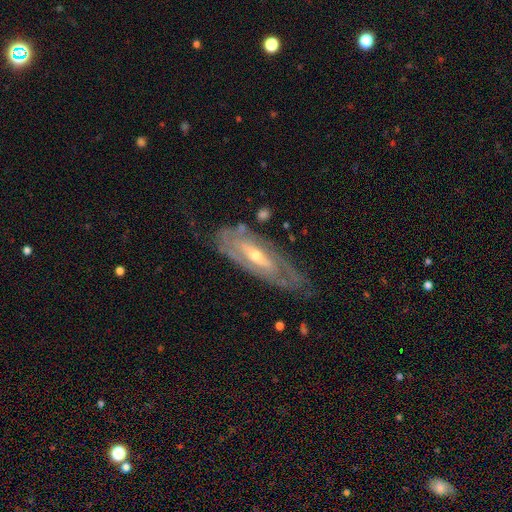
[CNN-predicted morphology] smooth_or_featured: featured or disk (p=0.82) [alt: smooth p=0.12]
disk_edge_on: no (p=0.79) [alt: yes p=0.21]
bar: no (p=0.39) [alt: weak p=0.37]
has_spiral_arms: yes (p=0.79) [alt: no p=0.21]
spiral_winding: tight (p=0.67) [alt: medium p=0.25]
spiral_arm_count: can't tell (p=0.53) [alt: 2 p=0.31]
bulge_size: small (p=0.51) [alt: moderate p=0.46]
merging: none (p=0.70) [alt: minor disturbance p=0.20]